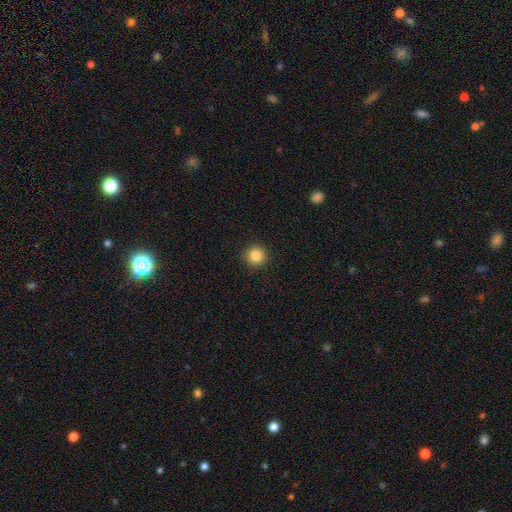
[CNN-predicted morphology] This appears to be a smooth galaxy with no disk features (86%) that is round (95%). Merging: none (93%).